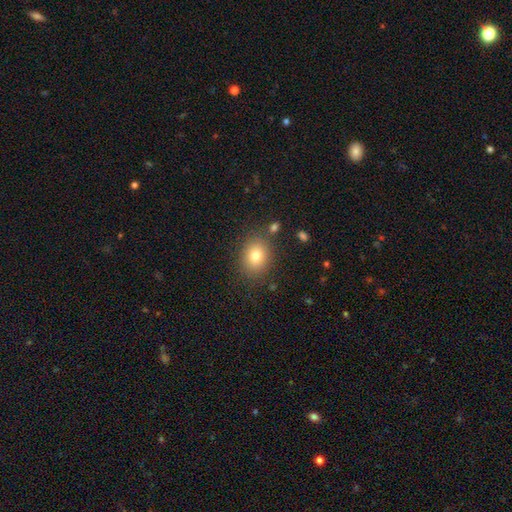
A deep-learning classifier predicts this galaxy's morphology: smooth 80%, star or artifact 10%, featured or disk 9%. Down the decision tree: how rounded — in between (52%); merging — none (82%).